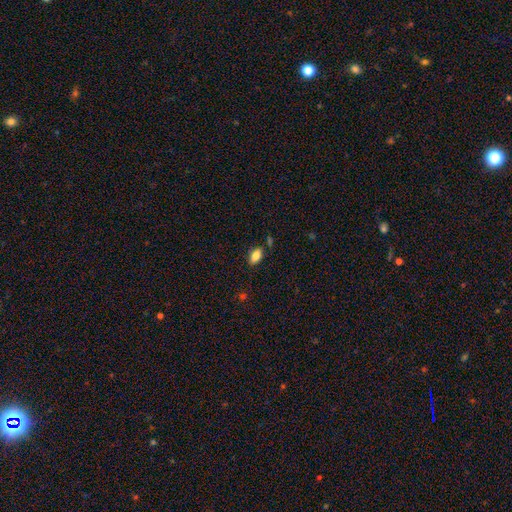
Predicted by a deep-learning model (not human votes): Smooth or featured?
  - smooth: 84% *
  - star or artifact: 8%
  - featured or disk: 8%
How rounded?
  - in between: 91% *
  - round: 6%
  - cigar-shaped: 4%
Merging?
  - none: 82% *
  - minor disturbance: 11%
  - merger: 4%
  - major disturbance: 2%